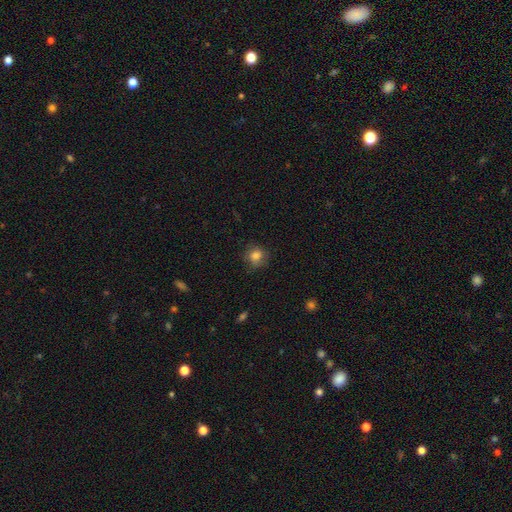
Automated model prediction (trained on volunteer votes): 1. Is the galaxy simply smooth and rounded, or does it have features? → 82% smooth, 11% star or artifact, 7% featured or disk.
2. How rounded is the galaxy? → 84% round, 15% in between, 1% cigar-shaped.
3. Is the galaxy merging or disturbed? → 79% none, 16% minor disturbance, 4% major disturbance, 1% merger.